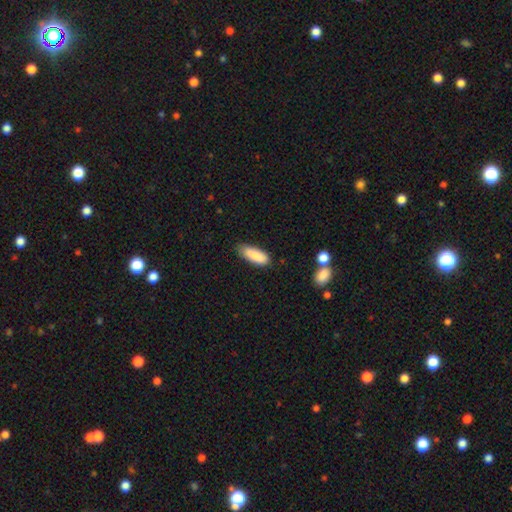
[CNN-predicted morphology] A smooth galaxy with no disk features (87%) that is in between round and cigar-shaped (64%). Merging: none (69%).